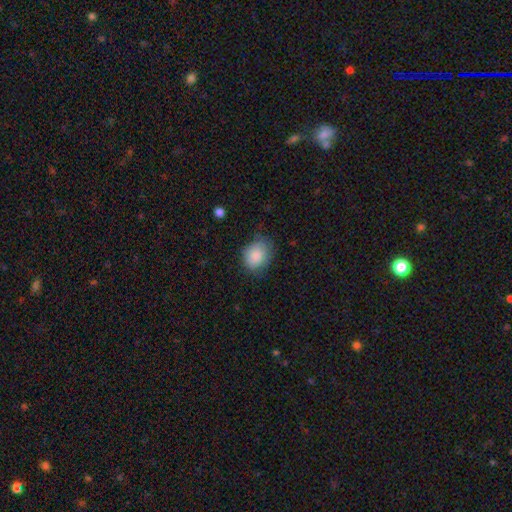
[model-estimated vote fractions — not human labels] Smooth or featured? Predicted: smooth (p=0.87). How rounded? Predicted: in between (p=0.56). Merging? Predicted: none (p=0.66).